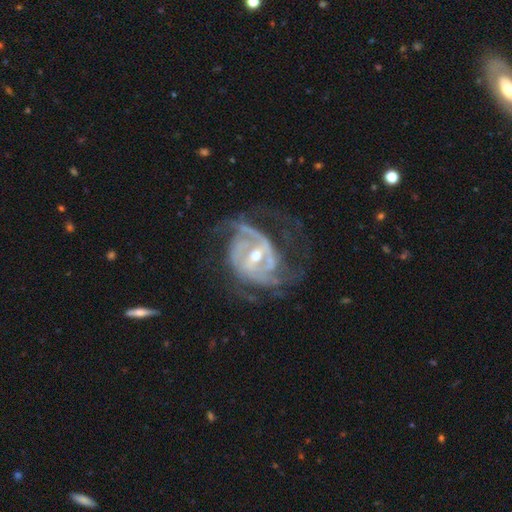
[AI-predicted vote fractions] smooth-or-featured: featured or disk: 91% | star or artifact: 5% | smooth: 4%
  disk-edge-on: no: 97% | yes: 3%
    bar: strong: 41% | weak: 40% | no: 20%
    has-spiral-arms: yes: 96% | no: 4%
      spiral-winding: medium: 45% | tight: 38% | loose: 17%
      spiral-arm-count: 2: 37% | 3: 27% | can't tell: 16% | 4: 9% | 1: 6% | more than 4: 5%
    bulge-size: moderate: 53% | small: 43% | large: 2% | none: 1% | dominant: 1%
  merging: none: 57% | major disturbance: 23% | minor disturbance: 18% | merger: 2%